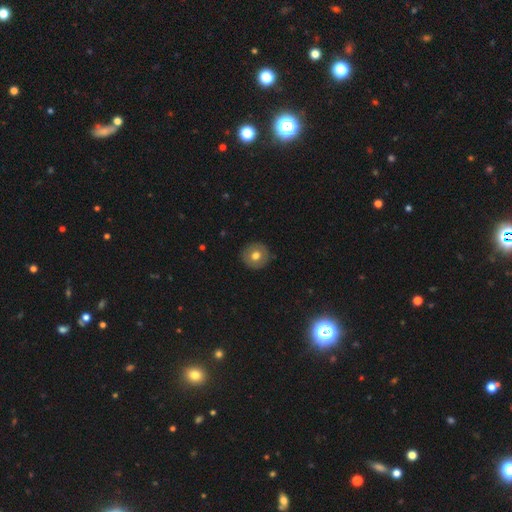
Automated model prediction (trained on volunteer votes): Smooth or featured? smooth (66%)
How rounded? round (92%)
Merging? none (90%)